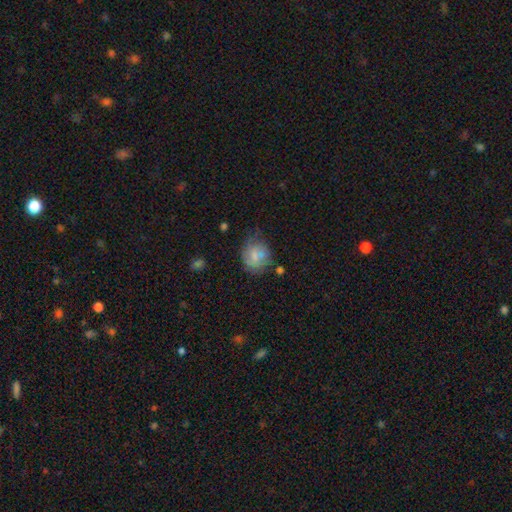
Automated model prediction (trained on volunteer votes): Overall: smooth (68%). How rounded: round (66%; in between 33%). Merging: none (51%; minor disturbance 31%).